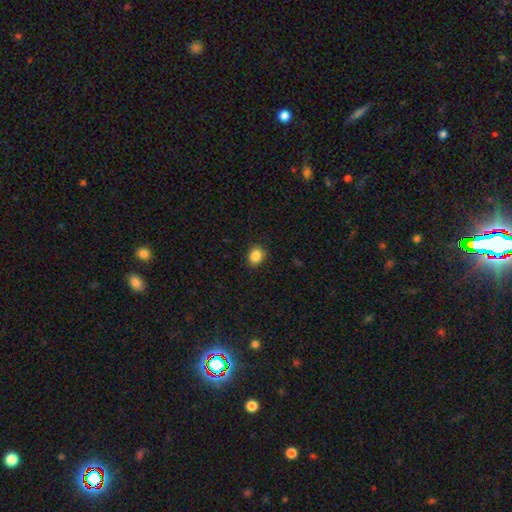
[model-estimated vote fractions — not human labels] A smooth galaxy with no disk features (86%) that is round (67%).

Vote fractions:
- Smooth or featured? smooth: 86% / star or artifact: 10% / featured or disk: 4%
- How rounded? round: 67% / in between: 32% / cigar-shaped: 1%
- Merging? none: 88% / minor disturbance: 9% / major disturbance: 2% / merger: 1%